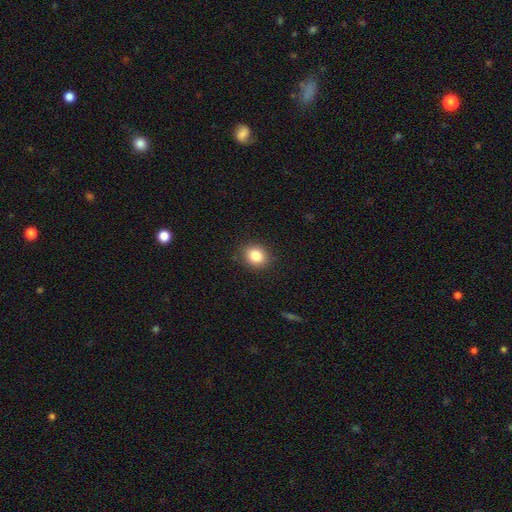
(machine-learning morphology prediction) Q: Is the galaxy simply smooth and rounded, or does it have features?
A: smooth — 84%.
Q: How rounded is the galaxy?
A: round — 69%.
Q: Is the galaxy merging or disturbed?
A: none — 89%.